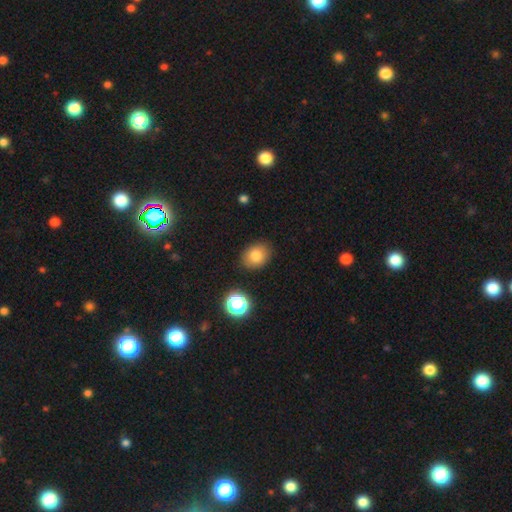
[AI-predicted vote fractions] Smooth or featured?
  - smooth: 80% *
  - star or artifact: 11%
  - featured or disk: 9%
How rounded?
  - in between: 52% *
  - round: 47%
  - cigar-shaped: 1%
Merging?
  - none: 85% *
  - minor disturbance: 10%
  - major disturbance: 3%
  - merger: 2%